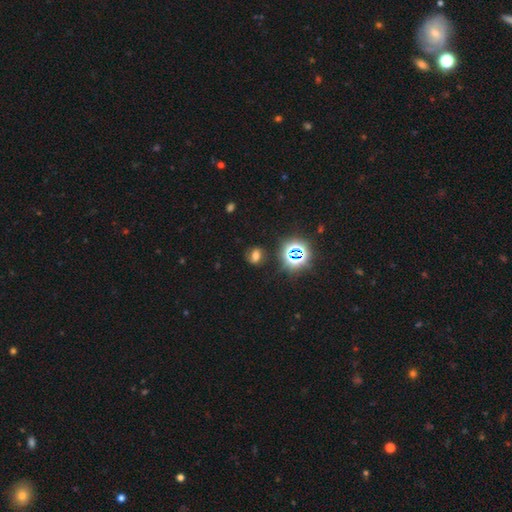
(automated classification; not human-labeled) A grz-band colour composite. It shows a smooth galaxy with no disk features (51%) that is in between round and cigar-shaped (60%). Merging: none (77%).